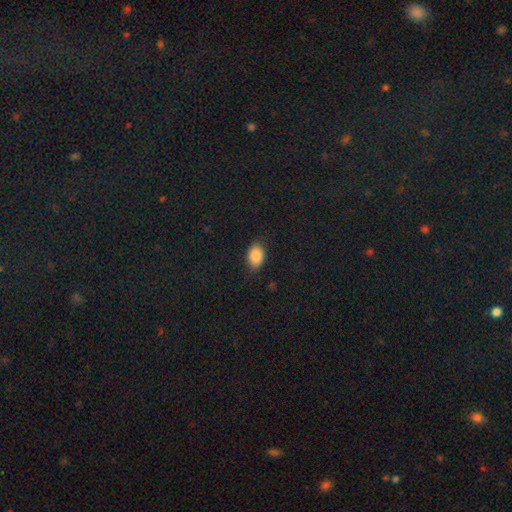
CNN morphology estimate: Q: Smooth or featured?
A: smooth (88%); runner-up: star or artifact (8%)
Q: How rounded?
A: in between (80%); runner-up: round (19%)
Q: Merging?
A: none (83%); runner-up: minor disturbance (13%)